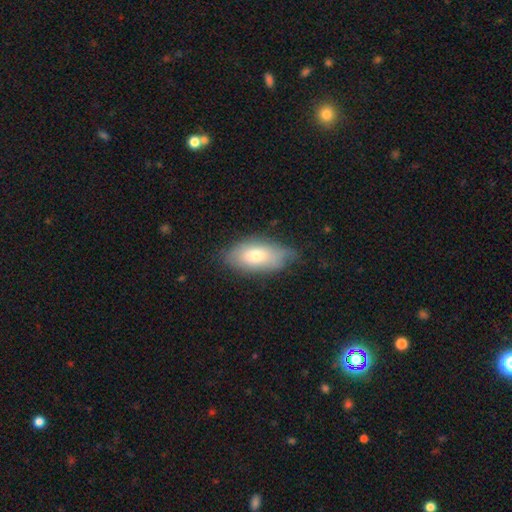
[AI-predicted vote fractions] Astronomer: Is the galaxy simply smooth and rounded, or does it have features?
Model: smooth — 70%.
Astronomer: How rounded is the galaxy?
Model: in between — 90%.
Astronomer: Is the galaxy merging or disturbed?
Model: none — 61%.